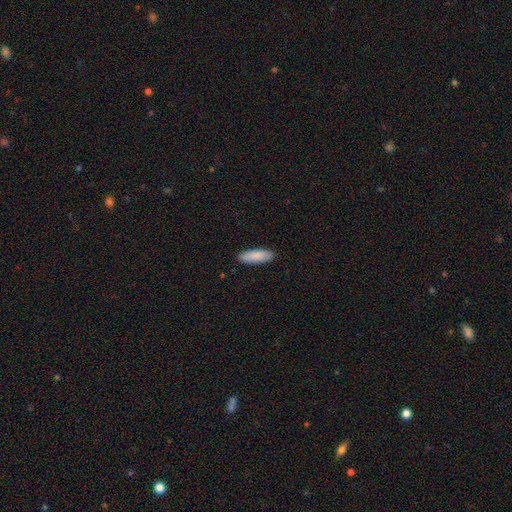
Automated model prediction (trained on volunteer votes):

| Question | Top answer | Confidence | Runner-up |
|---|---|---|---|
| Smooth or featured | smooth | 90% | featured or disk (5%) |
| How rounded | in between | 52% | cigar-shaped (46%) |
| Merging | none | 91% | minor disturbance (7%) |